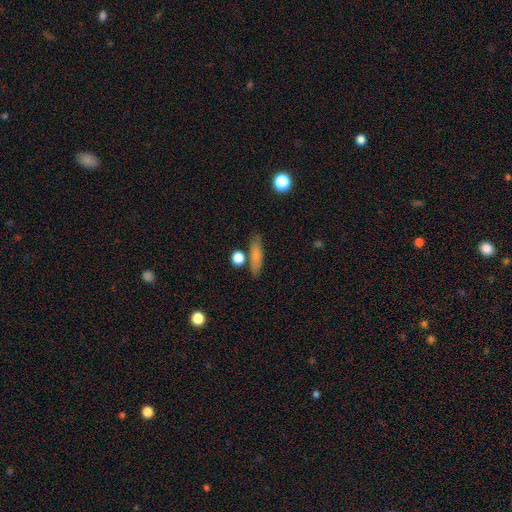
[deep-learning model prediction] Q: Smooth or featured?
A: smooth (75%); runner-up: featured or disk (16%)
Q: How rounded?
A: cigar-shaped (59%); runner-up: in between (34%)
Q: Merging?
A: none (76%); runner-up: minor disturbance (13%)